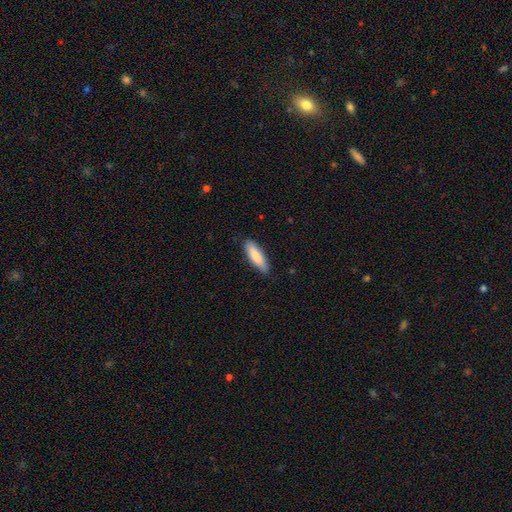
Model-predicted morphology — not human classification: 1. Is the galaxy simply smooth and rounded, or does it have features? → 83% smooth, 11% featured or disk, 5% star or artifact.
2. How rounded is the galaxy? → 55% cigar-shaped, 43% in between, 1% round.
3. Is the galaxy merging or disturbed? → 85% none, 12% minor disturbance, 2% major disturbance, 1% merger.